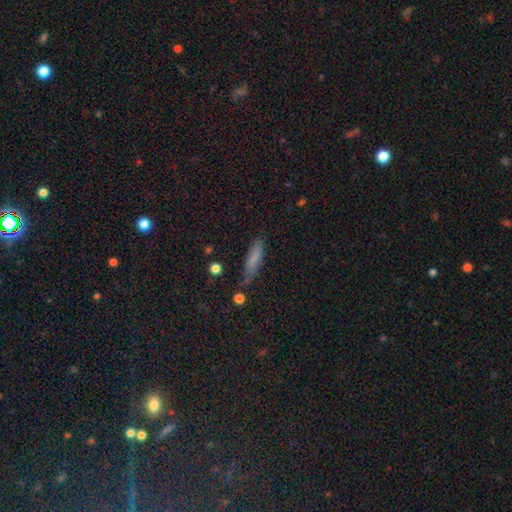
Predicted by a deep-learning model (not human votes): Smooth or featured? smooth (66%)
How rounded? cigar-shaped (73%)
Merging? none (75%)